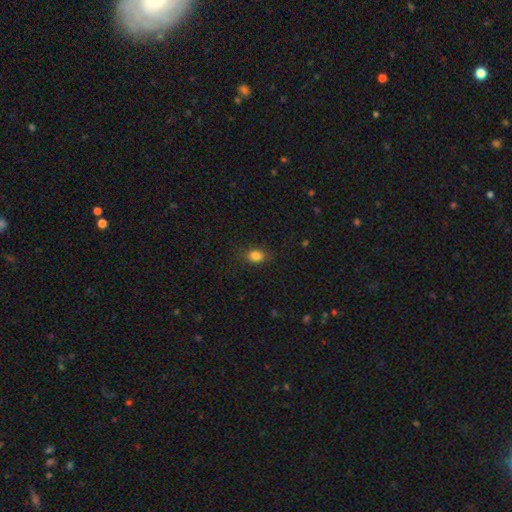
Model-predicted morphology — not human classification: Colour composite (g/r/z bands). It shows a smooth galaxy with no disk features (83%) that is in between round and cigar-shaped (67%). Merging: none (81%).